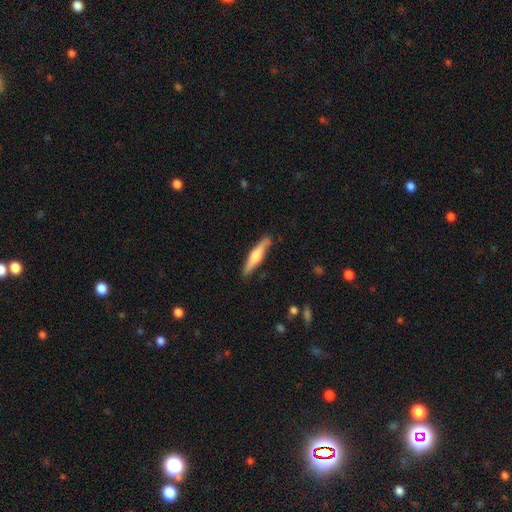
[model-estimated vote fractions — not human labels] Morphology: type=smooth (49%); merging=none (86%).